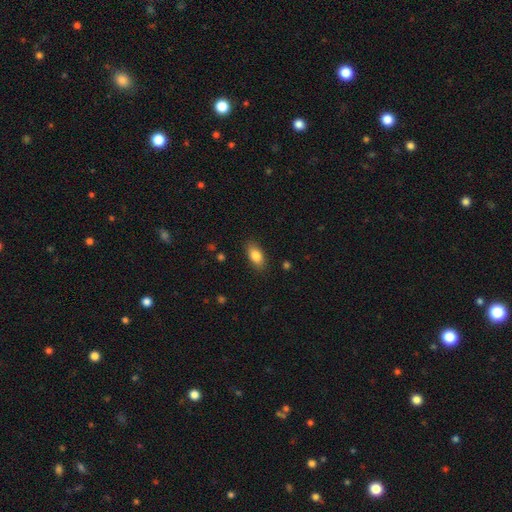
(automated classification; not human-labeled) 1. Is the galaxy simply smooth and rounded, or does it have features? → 85% smooth, 8% featured or disk, 8% star or artifact.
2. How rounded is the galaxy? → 89% in between, 6% cigar-shaped, 5% round.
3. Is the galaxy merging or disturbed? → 86% none, 10% minor disturbance, 3% major disturbance, 1% merger.